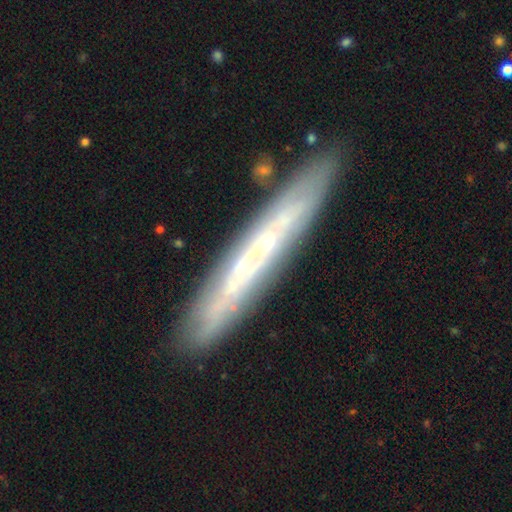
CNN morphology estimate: Smooth or featured? Predicted: featured or disk (p=0.64). Edge-on disk? Predicted: yes (p=0.76). Merging? Predicted: none (p=0.85).